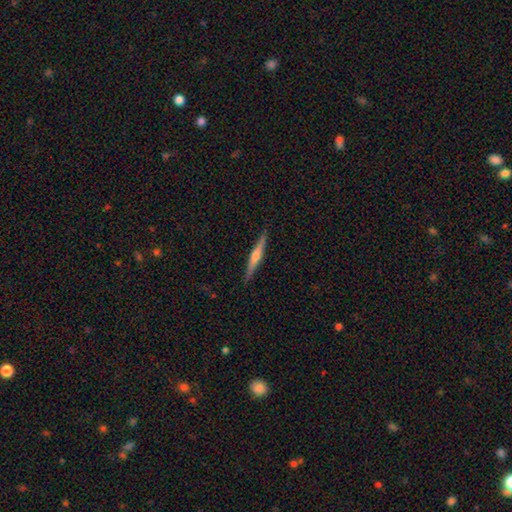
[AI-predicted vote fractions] A featured or disk galaxy (63%) viewed edge-on (98%) with a rounded central bulge (84%).

Vote fractions:
- Smooth or featured? featured or disk: 63% / smooth: 32% / star or artifact: 5%
- Edge-on disk? yes: 98% / no: 2%
- Edge-on bulge? rounded: 84% / none: 10% / boxy: 6%
- Merging? none: 90% / minor disturbance: 8% / major disturbance: 1% / merger: 1%